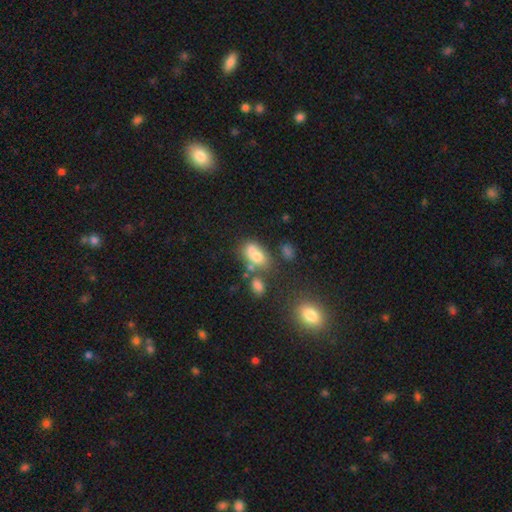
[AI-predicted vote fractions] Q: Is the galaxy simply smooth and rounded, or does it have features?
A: smooth — 67%.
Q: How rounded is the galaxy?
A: in between — 76%.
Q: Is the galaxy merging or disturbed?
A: merger — 45%.